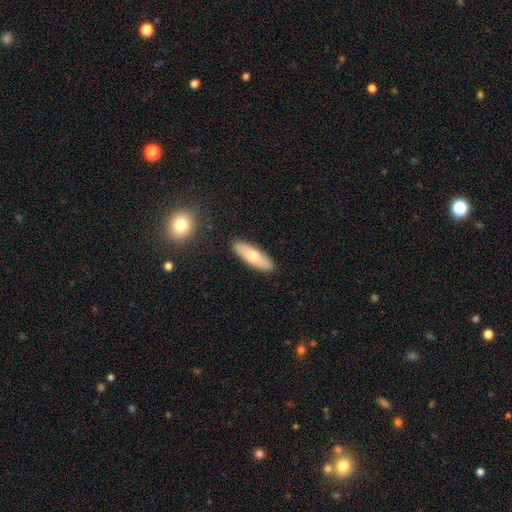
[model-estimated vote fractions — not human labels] Morphology: type=smooth (67%); roundness=in between (59%); merging=none (89%).